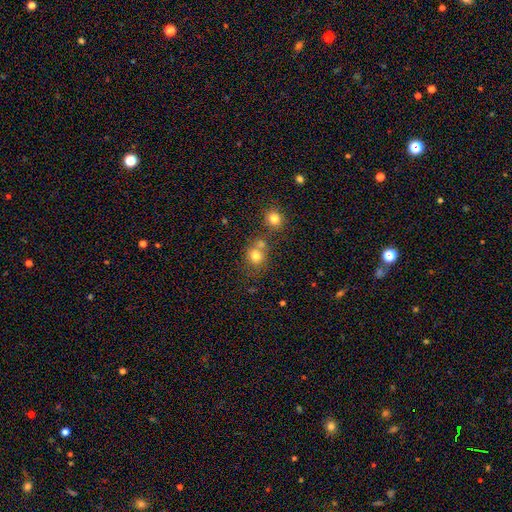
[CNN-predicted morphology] Q: Smooth or featured?
A: smooth (77%); runner-up: star or artifact (13%)
Q: How rounded?
A: round (80%); runner-up: in between (20%)
Q: Merging?
A: none (53%); runner-up: merger (33%)